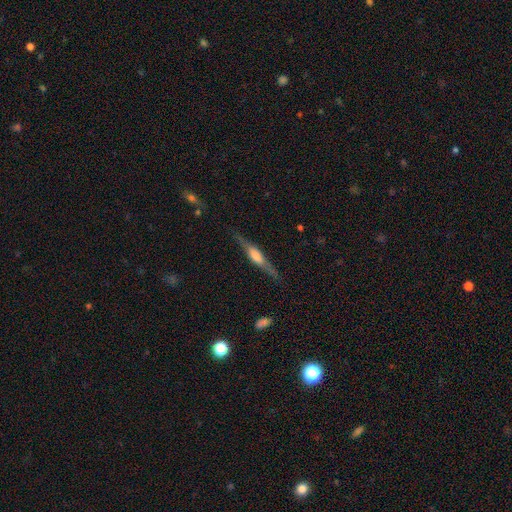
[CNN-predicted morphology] type=featured or disk (71%); edge-on=yes (95%); edge-on bulge=rounded (64%); merging=none (83%).